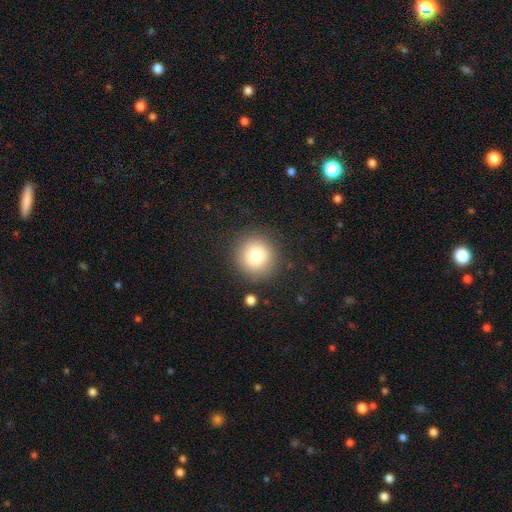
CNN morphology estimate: type=smooth (80%); roundness=round (94%); merging=none (87%).